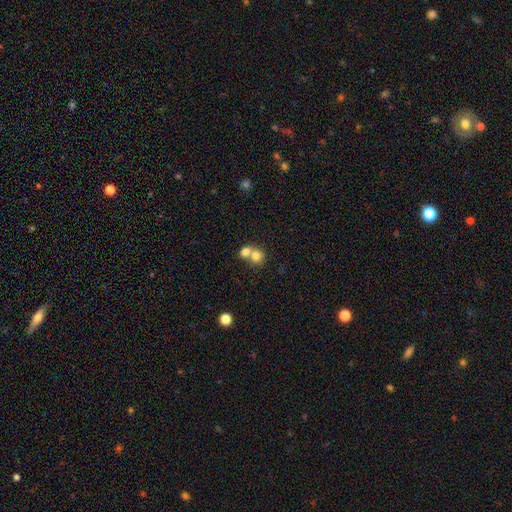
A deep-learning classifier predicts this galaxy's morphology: Smooth or featured?
  - smooth: 77% *
  - featured or disk: 13%
  - star or artifact: 10%
How rounded?
  - round: 73% *
  - in between: 26%
  - cigar-shaped: 1%
Merging?
  - merger: 63% *
  - none: 30%
  - minor disturbance: 5%
  - major disturbance: 2%